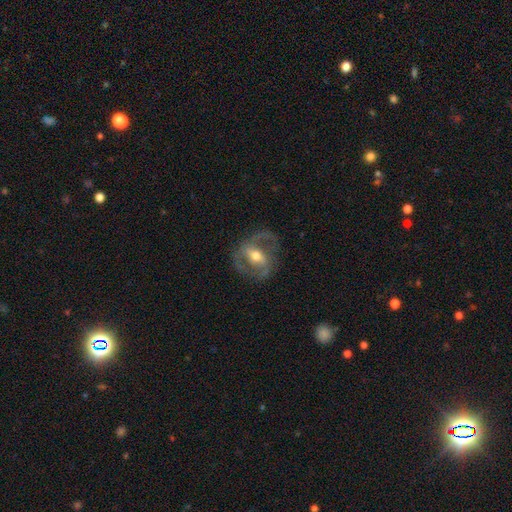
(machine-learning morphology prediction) type=featured or disk (80%); edge-on=no (95%); bar=strong (41%); spiral arms=yes (83%); winding=medium (50%); arm count=2 (80%); bulge=moderate (69%); merging=none (72%).